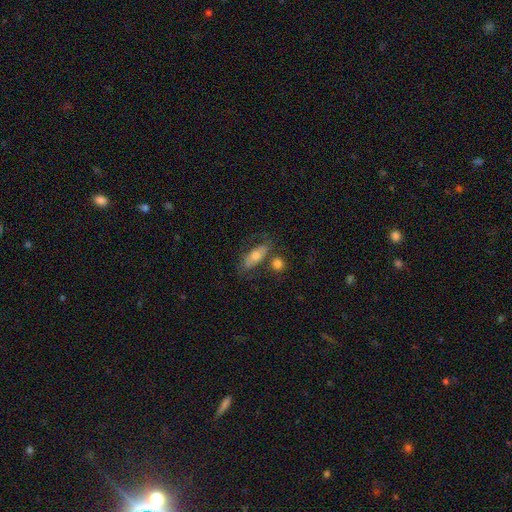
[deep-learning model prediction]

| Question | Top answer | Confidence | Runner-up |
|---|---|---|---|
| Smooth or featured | smooth | 57% | featured or disk (35%) |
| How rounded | in between | 67% | cigar-shaped (28%) |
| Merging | none | 59% | minor disturbance (17%) |